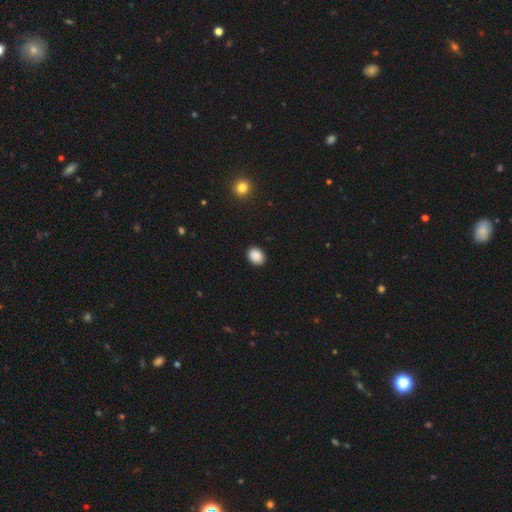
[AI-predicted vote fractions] A smooth galaxy with no disk features (89%) that is in between round and cigar-shaped (50%).

Vote fractions:
- Smooth or featured? smooth: 89% / star or artifact: 9% / featured or disk: 3%
- How rounded? in between: 50% / round: 49% / cigar-shaped: 1%
- Merging? none: 90% / minor disturbance: 7% / major disturbance: 2% / merger: 1%